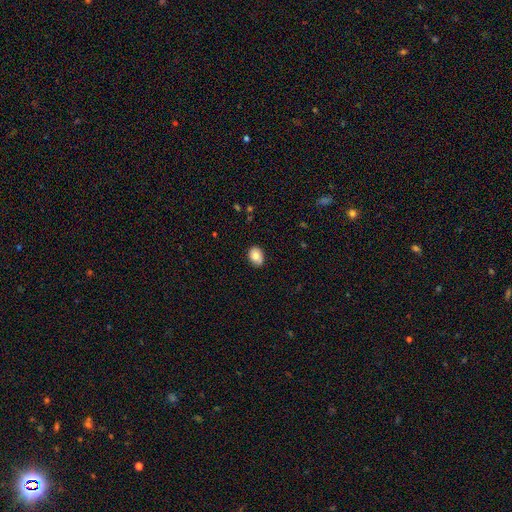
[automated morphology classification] Smooth or featured: smooth — 79% (featured or disk — 13%)
How rounded: in between — 63% (round — 36%)
Merging: none — 81% (minor disturbance — 15%)